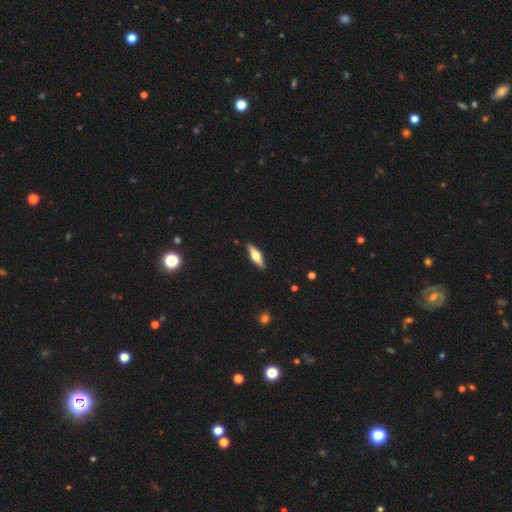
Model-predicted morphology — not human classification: Smooth or featured?
  - featured or disk: 63% *
  - smooth: 31%
  - star or artifact: 6%
Edge-on disk?
  - yes: 95% *
  - no: 5%
Edge-on bulge?
  - rounded: 94% *
  - boxy: 4%
  - none: 2%
Merging?
  - none: 90% *
  - minor disturbance: 8%
  - major disturbance: 2%
  - merger: 1%